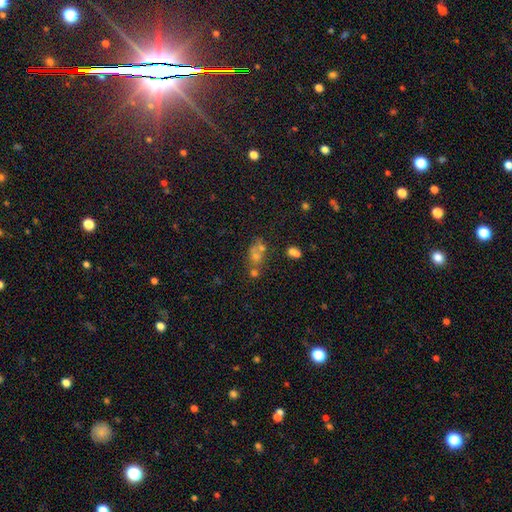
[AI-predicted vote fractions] Q: Smooth or featured?
A: smooth (42%); runner-up: star or artifact (38%)
Q: Merging?
A: none (44%); runner-up: merger (39%)